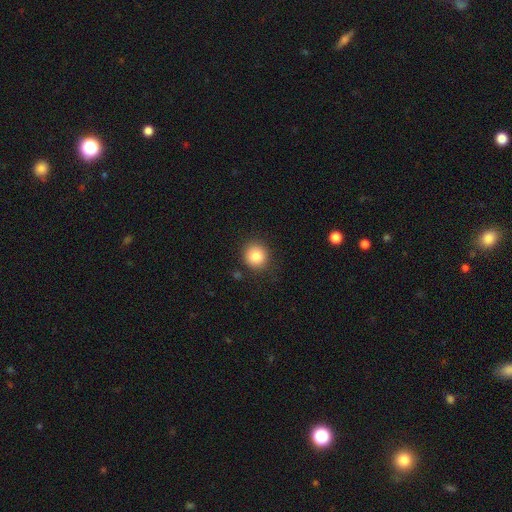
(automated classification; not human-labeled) smooth 83%, star or artifact 10%, featured or disk 7%. Down the decision tree: how rounded — round (90%); merging — none (87%).